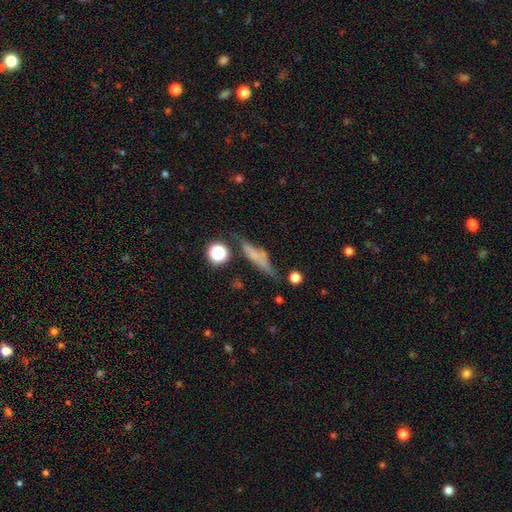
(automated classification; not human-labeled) The model was most divided on "smooth or featured": smooth: 47%, featured or disk: 42%, star or artifact: 12%. More confident: merging — none (61%).